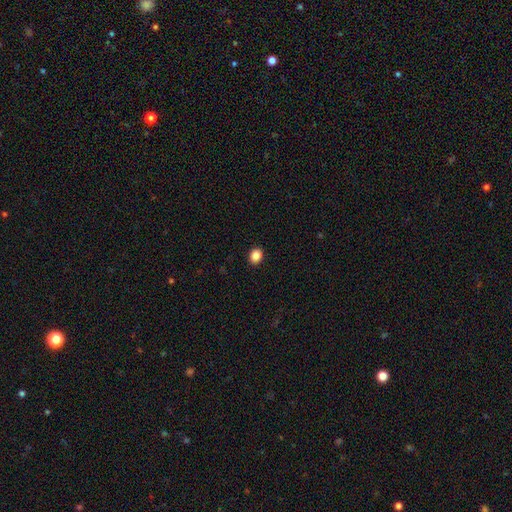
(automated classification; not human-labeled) Smooth or featured?
  - smooth: 87% *
  - star or artifact: 10%
  - featured or disk: 3%
How rounded?
  - round: 51% *
  - in between: 48%
  - cigar-shaped: 1%
Merging?
  - none: 91% *
  - minor disturbance: 6%
  - major disturbance: 2%
  - merger: 1%